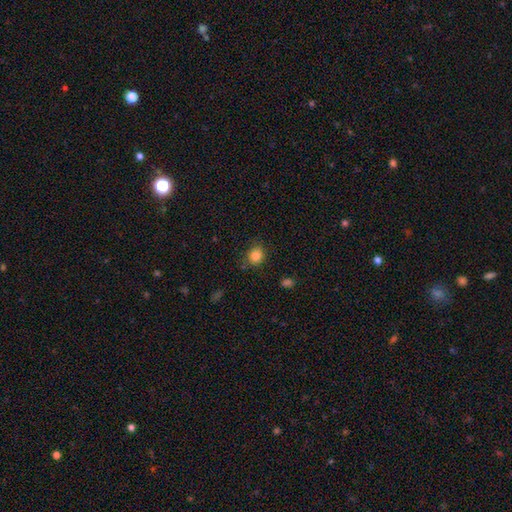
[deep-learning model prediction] This is clearly a smooth galaxy (84%). How rounded: likely round (68%). Merging: likely none (79%).